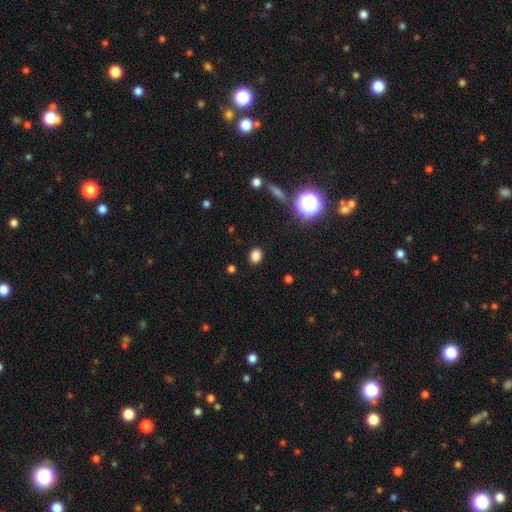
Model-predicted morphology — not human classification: This appears to be a smooth galaxy with no disk features (80%) that is in between round and cigar-shaped (52%). Merging: none (88%).